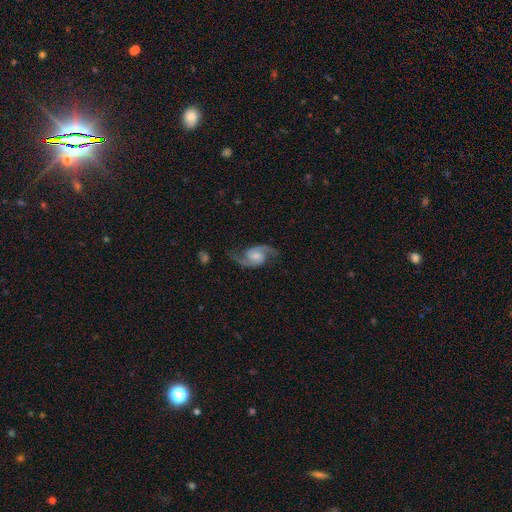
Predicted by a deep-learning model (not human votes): Morphology: type=featured or disk (91%); edge-on=no (98%); bar=no (47%); spiral arms=yes (98%); winding=medium (55%); arm count=2 (94%); bulge=moderate (41%); merging=none (79%).